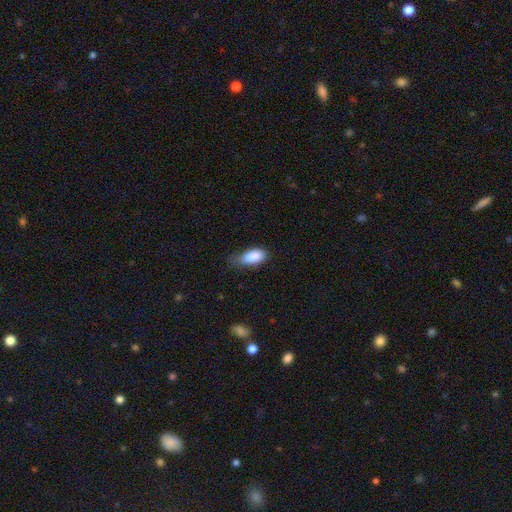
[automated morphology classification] type=smooth (87%); roundness=in between (90%); merging=minor disturbance (42%).